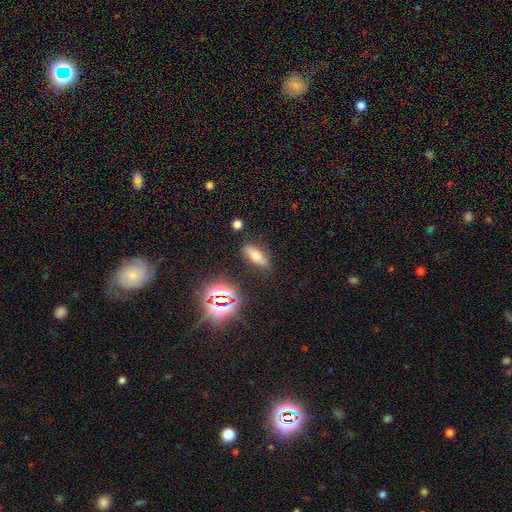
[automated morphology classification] Q: Smooth or featured?
A: smooth (59%); runner-up: featured or disk (25%)
Q: How rounded?
A: in between (67%); runner-up: cigar-shaped (28%)
Q: Merging?
A: none (82%); runner-up: minor disturbance (11%)